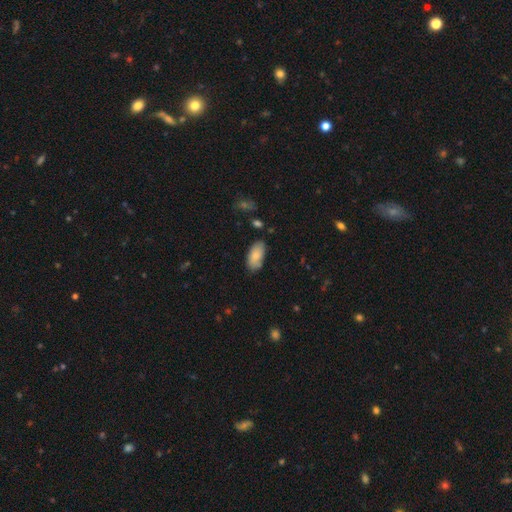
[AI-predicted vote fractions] smooth_or_featured: smooth (p=0.82) [alt: featured or disk p=0.11]
how_rounded: in between (p=0.94) [alt: cigar-shaped p=0.04]
merging: none (p=0.76) [alt: minor disturbance p=0.18]